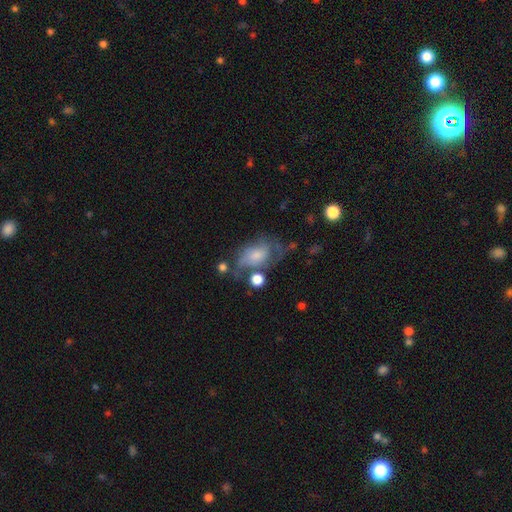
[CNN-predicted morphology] Q: Smooth or featured?
A: smooth (49%); runner-up: featured or disk (42%)
Q: Merging?
A: major disturbance (33%); runner-up: none (31%)